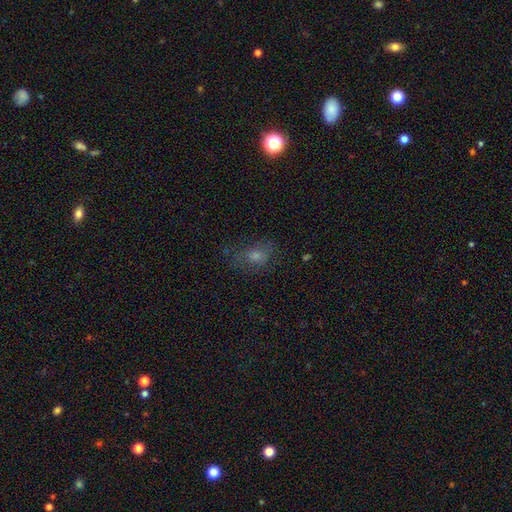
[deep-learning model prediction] The model was most divided on "smooth or featured": smooth: 50%, star or artifact: 25%, featured or disk: 25%. More confident: merging — none (66%).